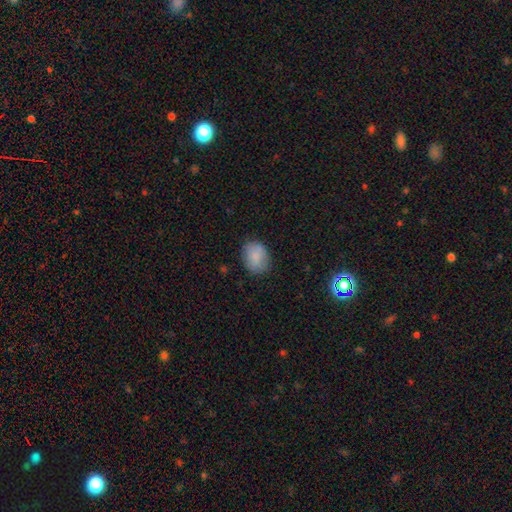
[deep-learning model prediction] Overall: smooth (84%). How rounded: in between (56%; round 43%). Merging: none (78%).